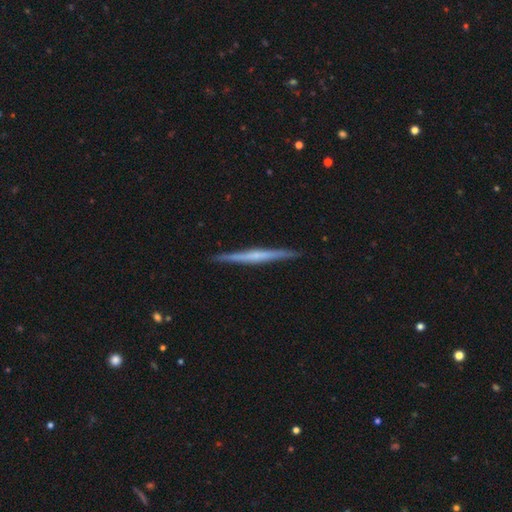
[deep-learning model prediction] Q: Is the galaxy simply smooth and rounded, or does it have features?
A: featured or disk — 66%.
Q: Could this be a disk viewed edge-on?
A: yes — 98%.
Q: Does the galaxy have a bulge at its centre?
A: none — 55%.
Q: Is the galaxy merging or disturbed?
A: none — 92%.